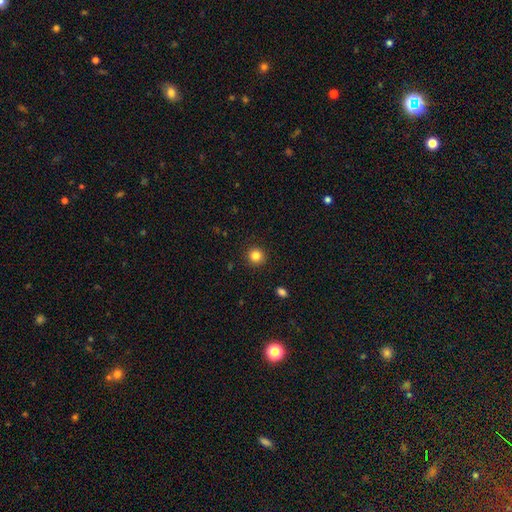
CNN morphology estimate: Smooth or featured: smooth — 84% (star or artifact — 11%)
How rounded: round — 93% (in between — 6%)
Merging: none — 92% (minor disturbance — 5%)